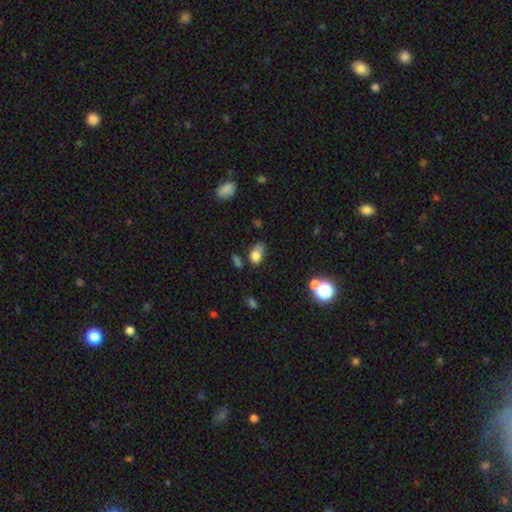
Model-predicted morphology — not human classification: Smooth or featured: smooth — 76% (featured or disk — 12%)
How rounded: in between — 82% (round — 16%)
Merging: minor disturbance — 37% (none — 36%)